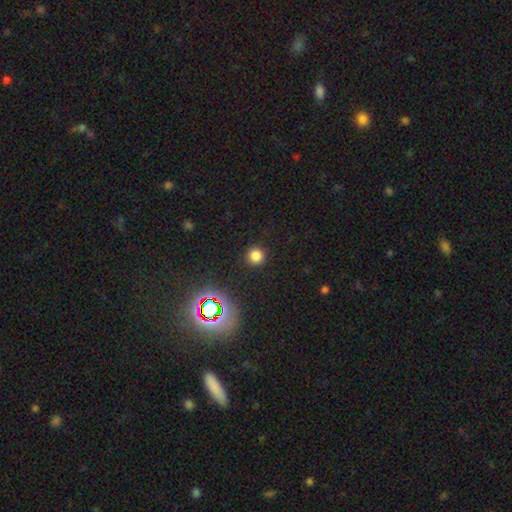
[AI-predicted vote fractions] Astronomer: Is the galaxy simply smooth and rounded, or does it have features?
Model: smooth — 79%.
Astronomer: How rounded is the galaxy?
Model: round — 94%.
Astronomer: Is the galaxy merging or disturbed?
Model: none — 91%.